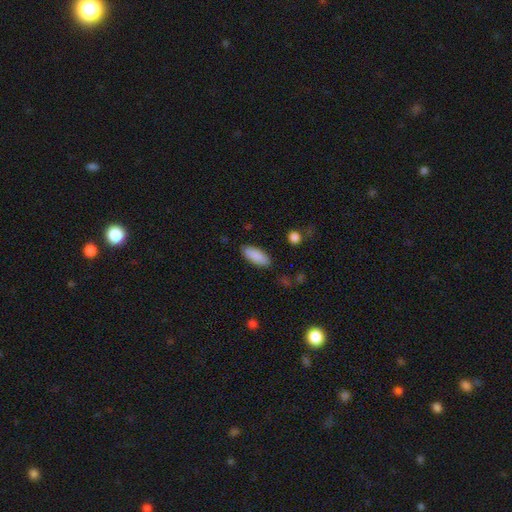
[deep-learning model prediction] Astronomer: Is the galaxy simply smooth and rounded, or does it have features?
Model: smooth — 89%.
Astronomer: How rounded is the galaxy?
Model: in between — 79%.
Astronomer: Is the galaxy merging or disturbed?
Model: none — 87%.